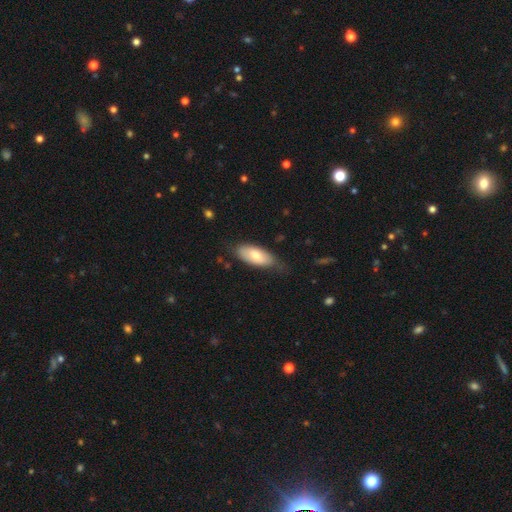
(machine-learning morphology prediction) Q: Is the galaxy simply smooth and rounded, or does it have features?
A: smooth — 74%.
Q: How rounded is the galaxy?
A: in between — 87%.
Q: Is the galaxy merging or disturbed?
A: none — 59%.